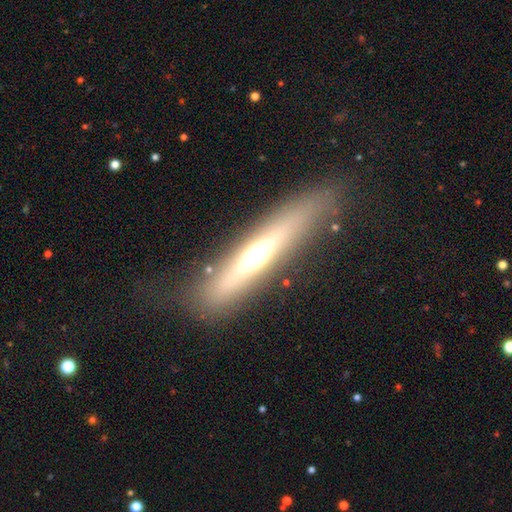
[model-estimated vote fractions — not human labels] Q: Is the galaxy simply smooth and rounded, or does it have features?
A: featured or disk — 53%.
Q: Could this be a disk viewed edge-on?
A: yes — 84%.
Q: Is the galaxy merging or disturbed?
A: none — 80%.